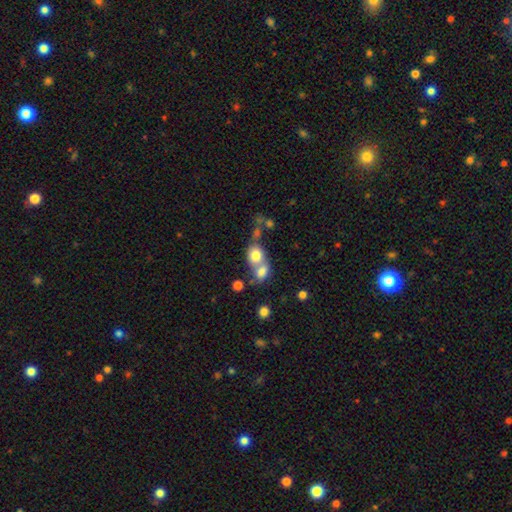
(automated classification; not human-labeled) A smooth galaxy with no disk features (75%) that is round (62%).

Vote fractions:
- Smooth or featured? smooth: 75% / featured or disk: 15% / star or artifact: 10%
- How rounded? round: 62% / in between: 36% / cigar-shaped: 1%
- Merging? merger: 61% / none: 27% / minor disturbance: 7% / major disturbance: 5%